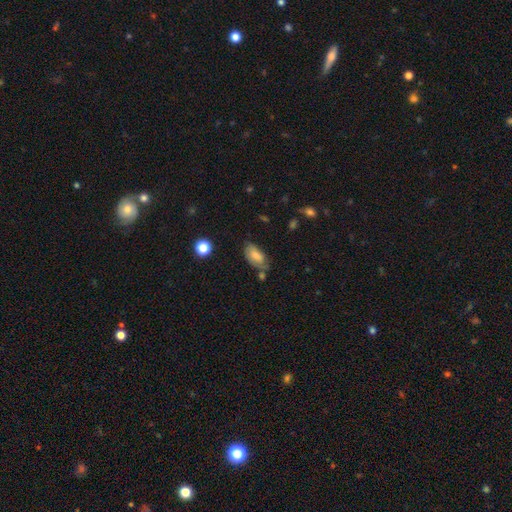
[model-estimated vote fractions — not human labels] Overall: smooth (73%). How rounded: in between (92%). Merging: none (55%; minor disturbance 28%).